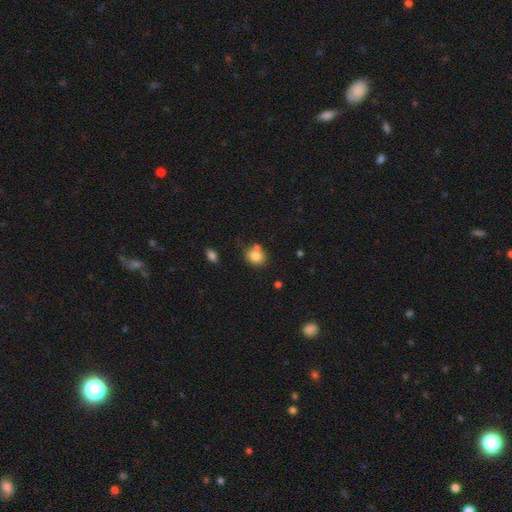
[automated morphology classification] This appears to be a smooth galaxy with no disk features (80%) that is round (75%). Merging: none (63%).